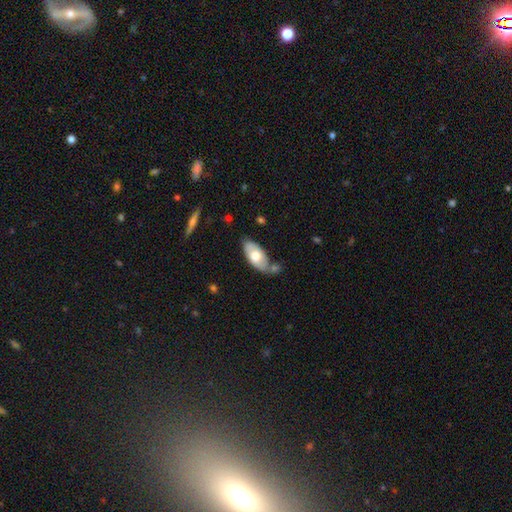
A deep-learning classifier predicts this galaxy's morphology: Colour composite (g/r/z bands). It shows a smooth galaxy with no disk features (65%) that is in between round and cigar-shaped (92%). Merging: none (58%).